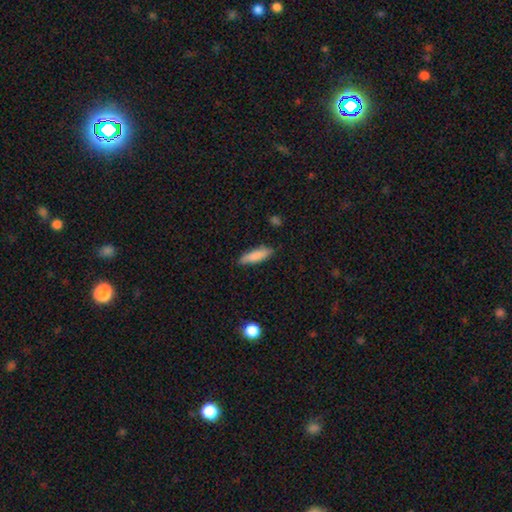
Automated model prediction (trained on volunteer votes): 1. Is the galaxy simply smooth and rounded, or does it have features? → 84% smooth, 10% featured or disk, 6% star or artifact.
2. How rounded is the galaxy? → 59% cigar-shaped, 39% in between, 2% round.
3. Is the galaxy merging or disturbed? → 83% none, 14% minor disturbance, 2% major disturbance, 1% merger.